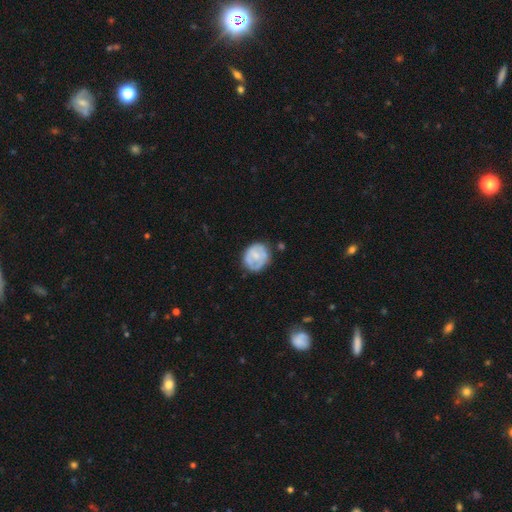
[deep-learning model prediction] Overall: smooth (50%; featured or disk 44%). Merging: none (60%; minor disturbance 26%).